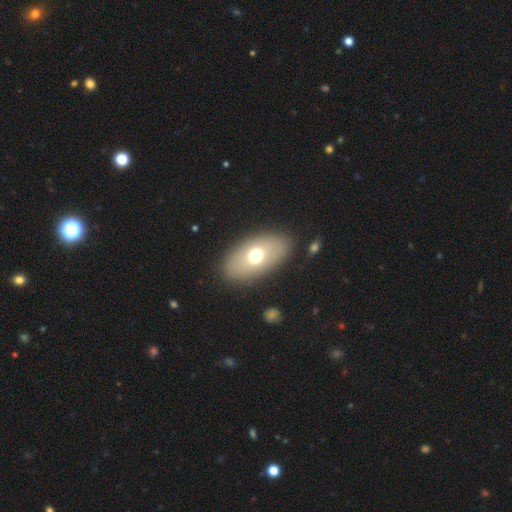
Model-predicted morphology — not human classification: Q: Smooth or featured?
A: smooth (65%); runner-up: featured or disk (27%)
Q: How rounded?
A: in between (90%); runner-up: round (8%)
Q: Merging?
A: none (86%); runner-up: minor disturbance (8%)